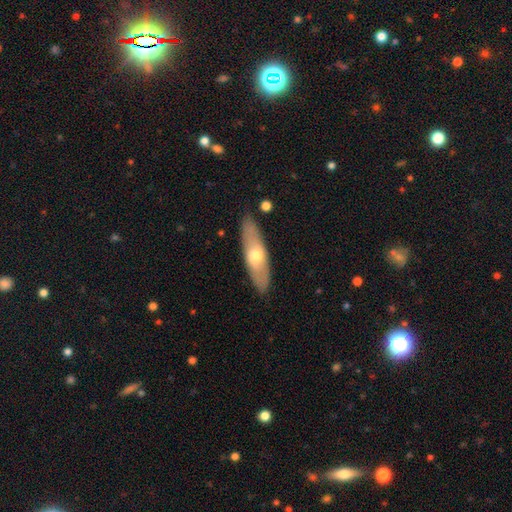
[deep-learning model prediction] This appears to be a smooth galaxy with no disk features (52%) that is cigar-shaped (50%). Merging: none (85%).